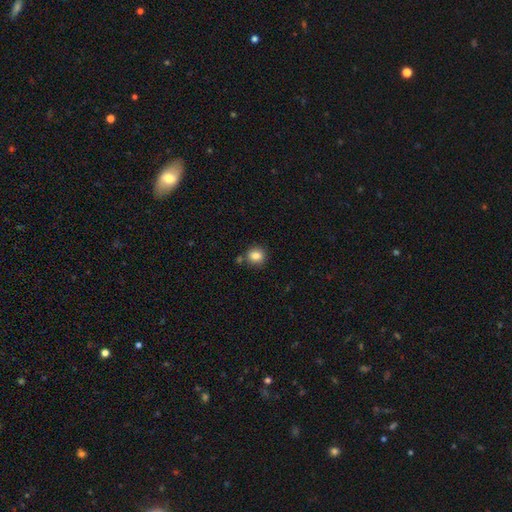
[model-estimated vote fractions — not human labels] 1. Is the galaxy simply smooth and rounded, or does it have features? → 84% smooth, 10% star or artifact, 6% featured or disk.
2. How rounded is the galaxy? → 86% round, 13% in between, 1% cigar-shaped.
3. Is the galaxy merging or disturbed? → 78% none, 10% minor disturbance, 9% merger, 2% major disturbance.